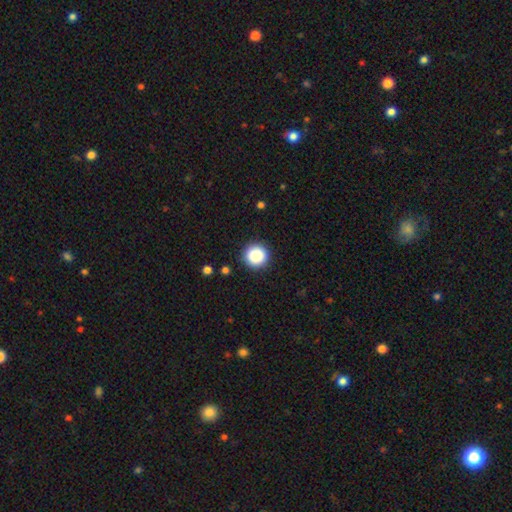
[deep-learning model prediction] A smooth galaxy with no disk features (88%) that is round (96%). Merging: none (91%).